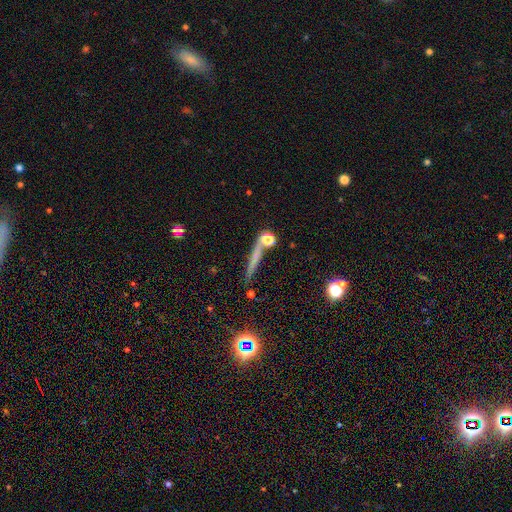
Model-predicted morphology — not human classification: A smooth galaxy with no disk features (50%). Merging: none (72%).